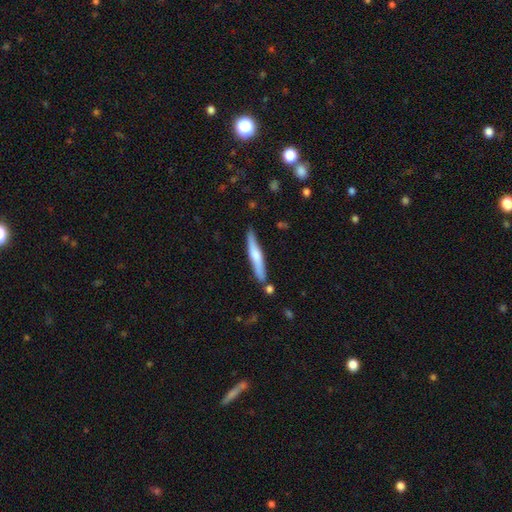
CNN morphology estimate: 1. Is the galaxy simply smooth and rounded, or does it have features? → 56% smooth, 39% featured or disk, 5% star or artifact.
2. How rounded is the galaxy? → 93% cigar-shaped, 6% in between, 1% round.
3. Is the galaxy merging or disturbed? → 80% none, 12% minor disturbance, 5% merger, 2% major disturbance.